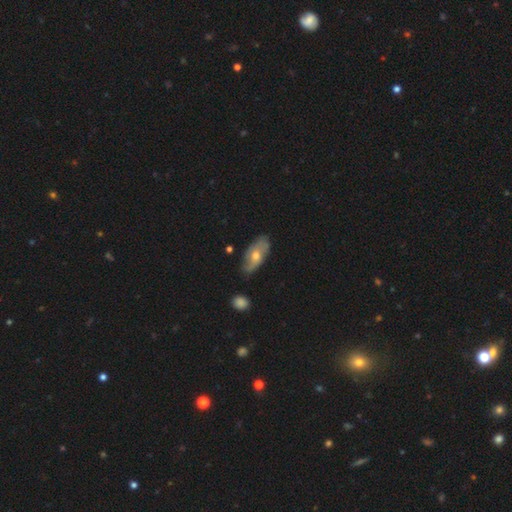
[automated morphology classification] This is possibly a smooth galaxy (47%, tied with featured or disk). Merging: likely none (70%).